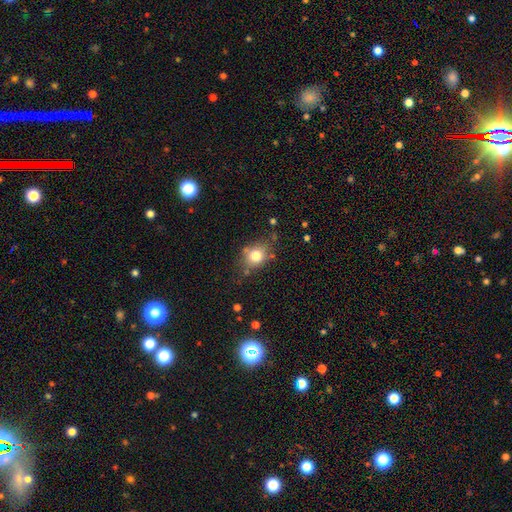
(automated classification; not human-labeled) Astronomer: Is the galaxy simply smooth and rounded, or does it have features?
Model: smooth — 77%.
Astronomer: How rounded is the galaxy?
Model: round — 54% (runner-up: in between, 45%).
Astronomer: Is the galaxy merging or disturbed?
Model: none — 70%.